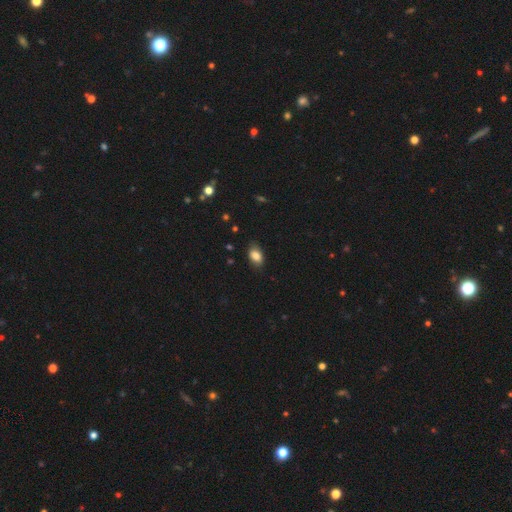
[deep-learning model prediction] Overall: smooth (84%). How rounded: in between (88%). Merging: none (79%).